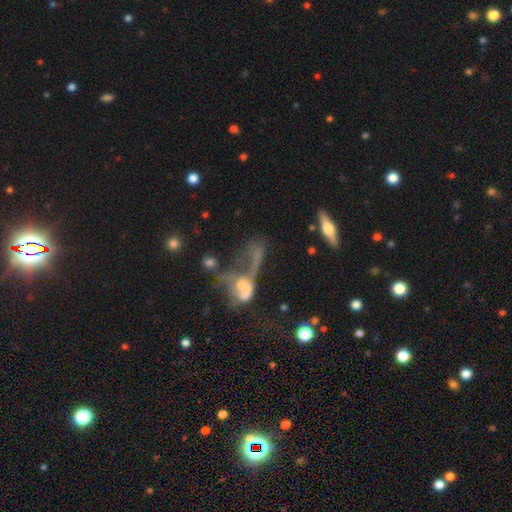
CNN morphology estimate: smooth-or-featured: featured or disk: 46% | smooth: 35% | star or artifact: 19%
  merging: merger: 38% | major disturbance: 36% | none: 17% | minor disturbance: 9%